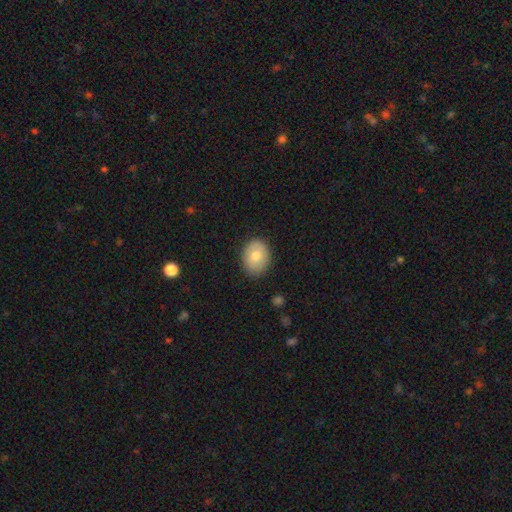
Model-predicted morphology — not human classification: A smooth galaxy with no disk features (75%) that is in between round and cigar-shaped (62%).

Vote fractions:
- Smooth or featured? smooth: 75% / featured or disk: 17% / star or artifact: 7%
- How rounded? in between: 62% / round: 37% / cigar-shaped: 1%
- Merging? none: 85% / minor disturbance: 12% / major disturbance: 2% / merger: 1%